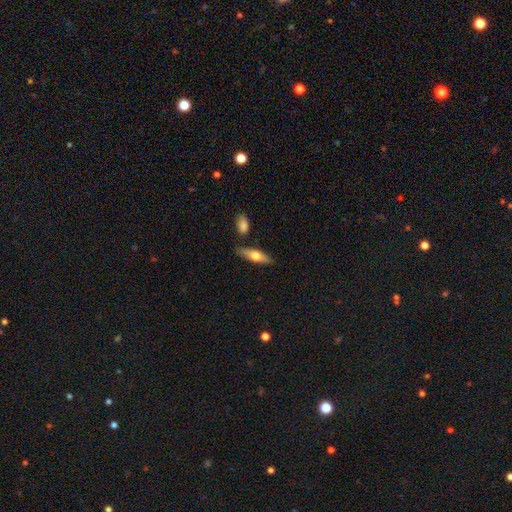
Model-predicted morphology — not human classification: smooth_or_featured: smooth (p=0.59) [alt: featured or disk p=0.35]
how_rounded: cigar-shaped (p=0.51) [alt: in between p=0.46]
merging: none (p=0.80) [alt: minor disturbance p=0.12]